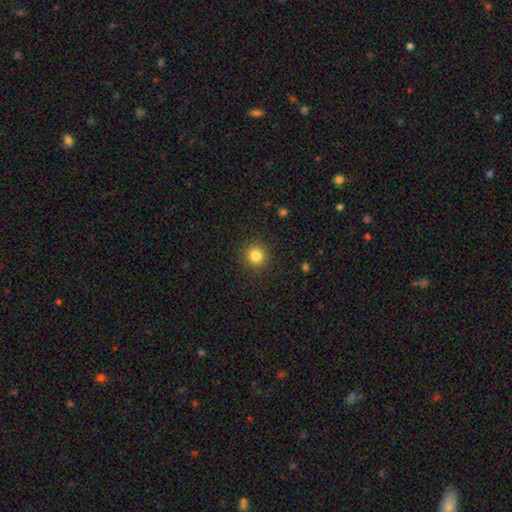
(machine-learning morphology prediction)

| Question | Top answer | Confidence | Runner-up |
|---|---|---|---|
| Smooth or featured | smooth | 83% | star or artifact (11%) |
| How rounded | round | 93% | in between (6%) |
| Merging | none | 90% | minor disturbance (6%) |